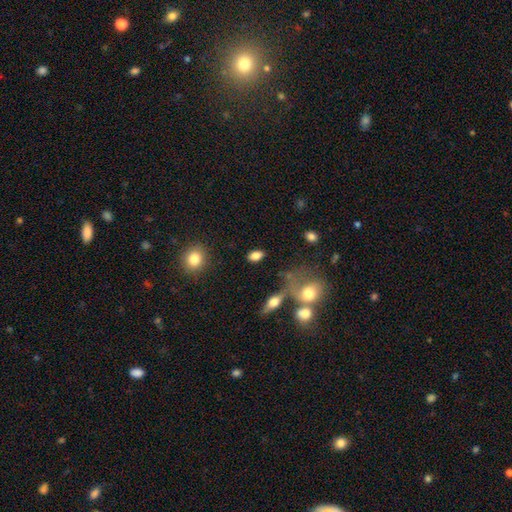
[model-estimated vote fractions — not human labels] A smooth galaxy with no disk features (79%) that is in between round and cigar-shaped (85%).

Vote fractions:
- Smooth or featured? smooth: 79% / featured or disk: 12% / star or artifact: 9%
- How rounded? in between: 85% / round: 10% / cigar-shaped: 5%
- Merging? none: 78% / minor disturbance: 11% / merger: 7% / major disturbance: 5%